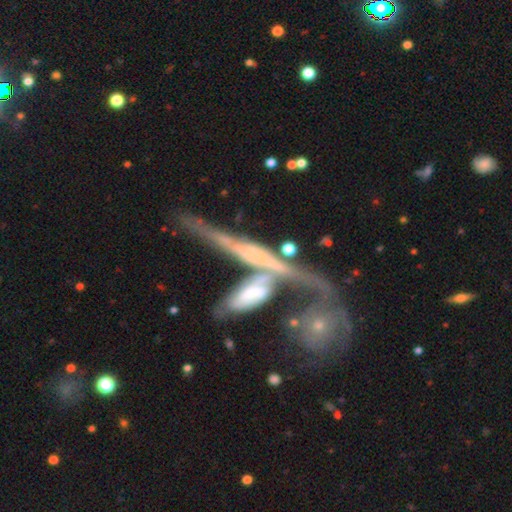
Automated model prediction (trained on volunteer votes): smooth-or-featured: featured or disk: 72% | smooth: 19% | star or artifact: 9%
  disk-edge-on: yes: 81% | no: 19%
    edge-on-bulge: rounded: 41% | none: 37% | boxy: 22%
  merging: merger: 39% | none: 37% | minor disturbance: 14% | major disturbance: 9%